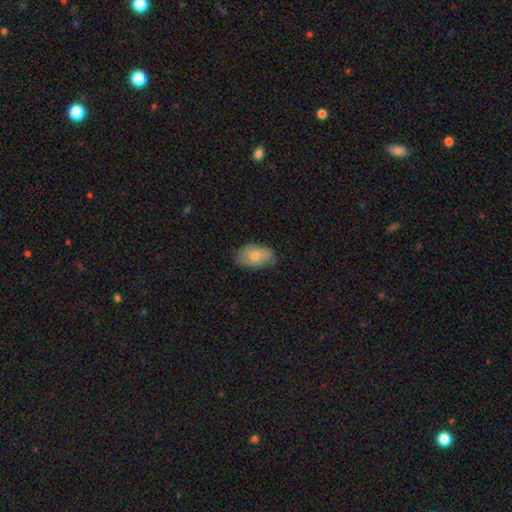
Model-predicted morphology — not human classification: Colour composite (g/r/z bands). It shows a smooth galaxy with no disk features (72%) that is in between round and cigar-shaped (91%). Merging: none (68%).